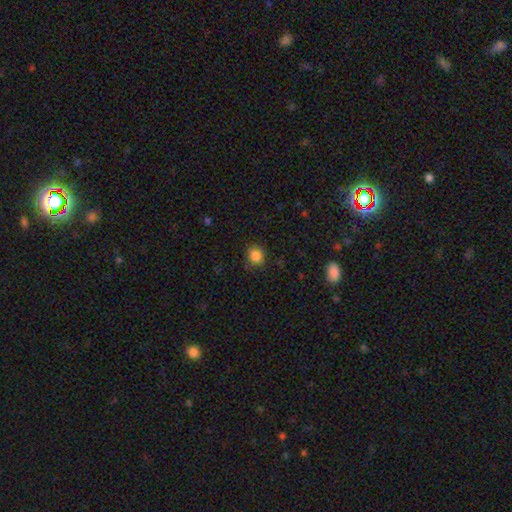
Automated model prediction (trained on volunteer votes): This is clearly a smooth galaxy (85%). How rounded: clearly round (81%). Merging: clearly none (83%).